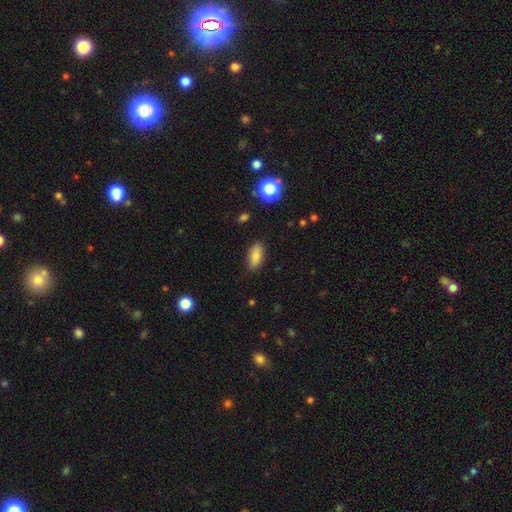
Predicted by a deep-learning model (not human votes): A smooth galaxy with no disk features (83%) that is in between round and cigar-shaped (86%). Merging: none (85%).